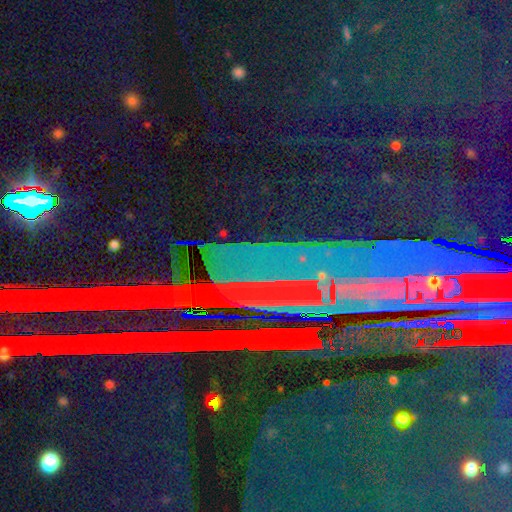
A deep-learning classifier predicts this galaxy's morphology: This appears to be a star or artifact, not a galaxy (77%).